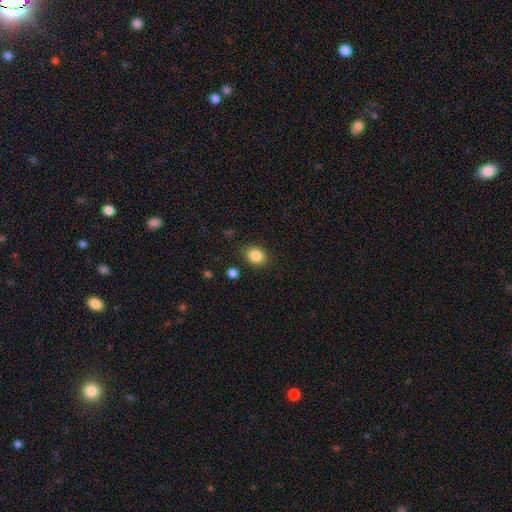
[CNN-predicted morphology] Smooth or featured? smooth (86%)
How rounded? in between (57%)
Merging? none (86%)